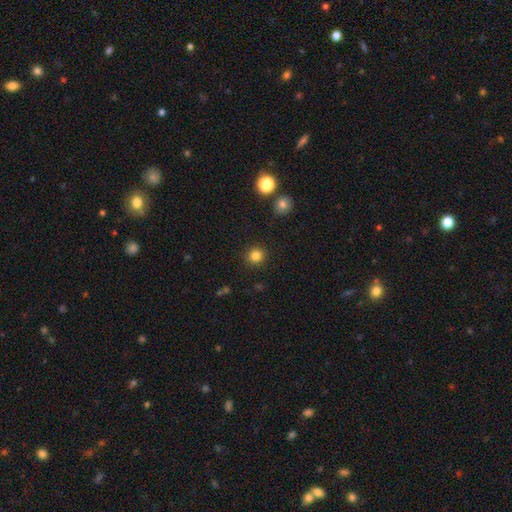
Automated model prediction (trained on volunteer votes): Morphology: type=smooth (83%); roundness=round (92%); merging=none (91%).